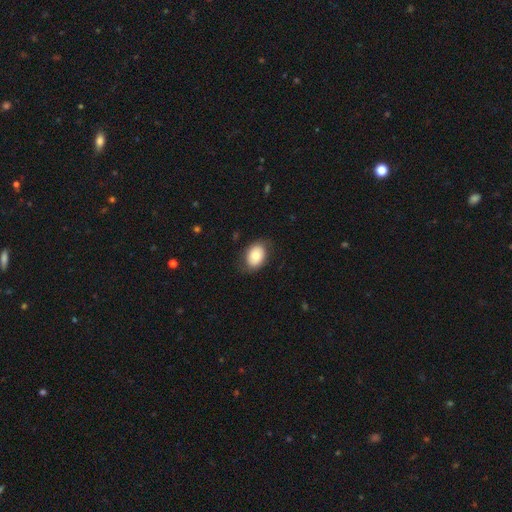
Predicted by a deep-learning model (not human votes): Smooth or featured? Predicted: smooth (p=0.77). How rounded? Predicted: in between (p=0.77). Merging? Predicted: none (p=0.78).